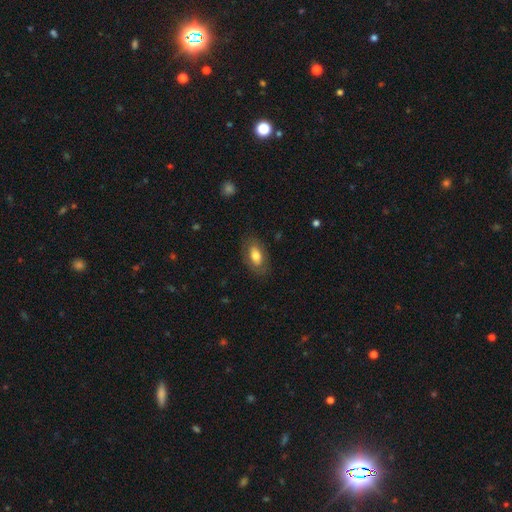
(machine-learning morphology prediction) smooth_or_featured: smooth (p=0.70) [alt: featured or disk p=0.23]
how_rounded: in between (p=0.92) [alt: round p=0.05]
merging: none (p=0.81) [alt: minor disturbance p=0.13]